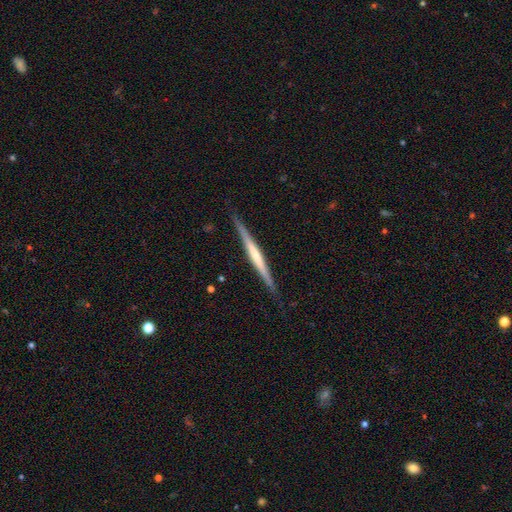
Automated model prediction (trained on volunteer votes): smooth-or-featured: featured or disk: 66% | smooth: 29% | star or artifact: 5%
  disk-edge-on: yes: 98% | no: 2%
    edge-on-bulge: none: 63% | rounded: 26% | boxy: 11%
  merging: none: 88% | minor disturbance: 9% | major disturbance: 2% | merger: 1%